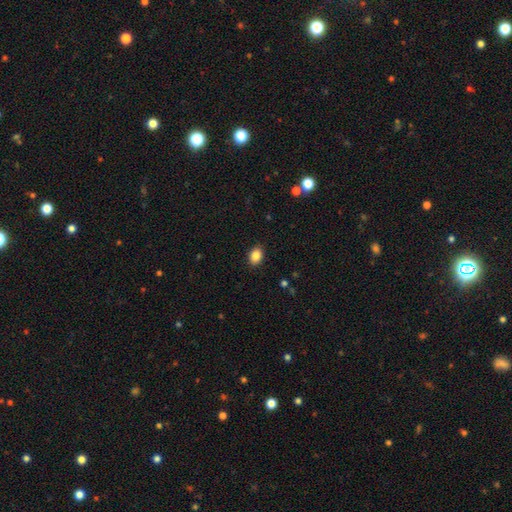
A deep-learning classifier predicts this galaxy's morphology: This is clearly a smooth galaxy (86%). How rounded: likely in between (74%). Merging: clearly none (89%).